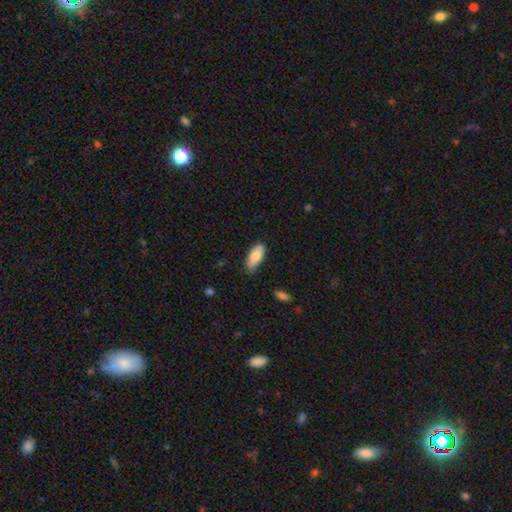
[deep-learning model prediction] Smooth or featured?
  - smooth: 84% *
  - featured or disk: 10%
  - star or artifact: 6%
How rounded?
  - in between: 81% *
  - cigar-shaped: 17%
  - round: 2%
Merging?
  - none: 75% *
  - minor disturbance: 20%
  - major disturbance: 3%
  - merger: 2%